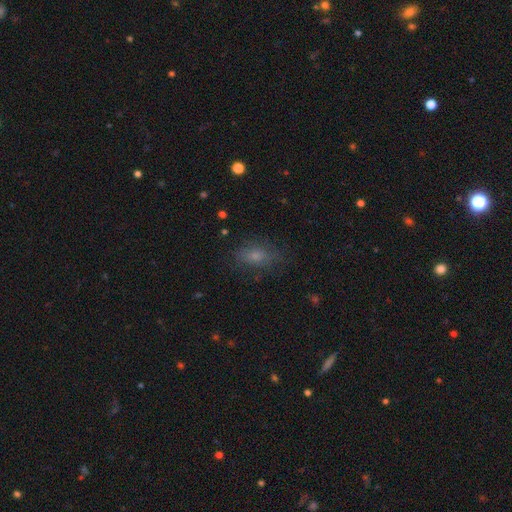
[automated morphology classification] Overall: smooth (68%). How rounded: in between (81%). Merging: none (71%).